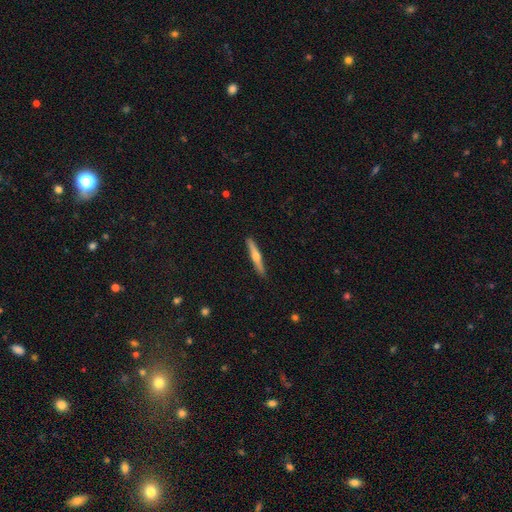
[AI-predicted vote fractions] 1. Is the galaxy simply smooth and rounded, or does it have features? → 55% featured or disk, 40% smooth, 5% star or artifact.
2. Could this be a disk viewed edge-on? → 97% yes, 3% no.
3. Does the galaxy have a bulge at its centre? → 86% rounded, 10% none, 4% boxy.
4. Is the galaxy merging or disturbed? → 90% none, 8% minor disturbance, 1% major disturbance, 1% merger.